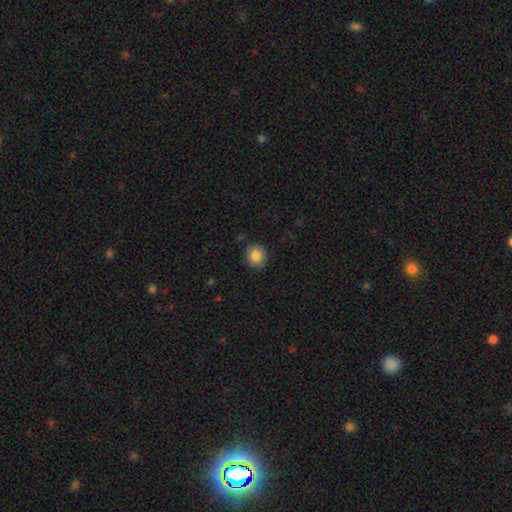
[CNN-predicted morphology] Smooth or featured? Predicted: smooth (p=0.84). How rounded? Predicted: round (p=0.80). Merging? Predicted: none (p=0.88).